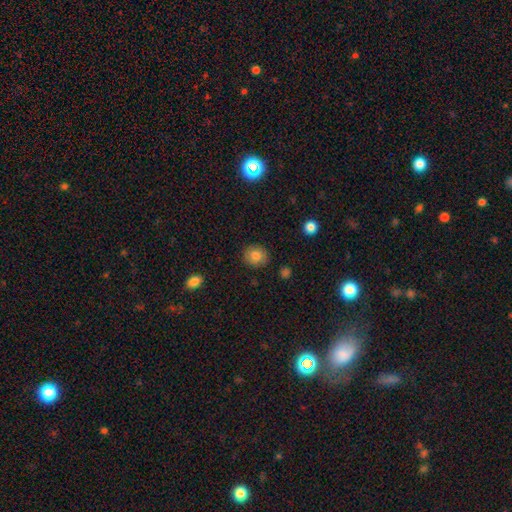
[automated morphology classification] smooth-or-featured: smooth: 84% | star or artifact: 9% | featured or disk: 7%
  how-rounded: round: 73% | in between: 26% | cigar-shaped: 1%
  merging: none: 87% | minor disturbance: 9% | major disturbance: 2% | merger: 1%